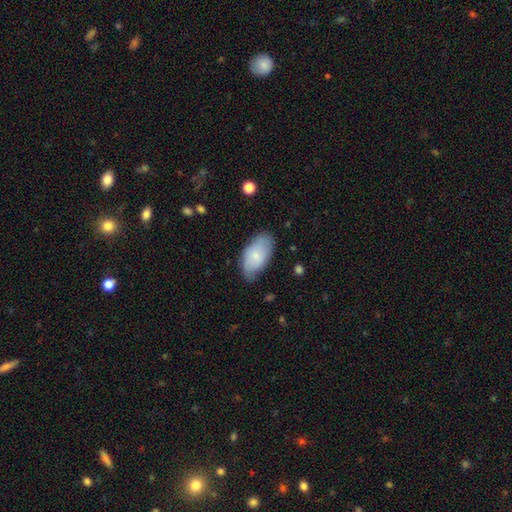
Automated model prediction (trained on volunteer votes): The model was most divided on "merging": none: 71%, minor disturbance: 23%, major disturbance: 4%, merger: 1%. More confident: how rounded — in between (95%); smooth or featured — smooth (72%).